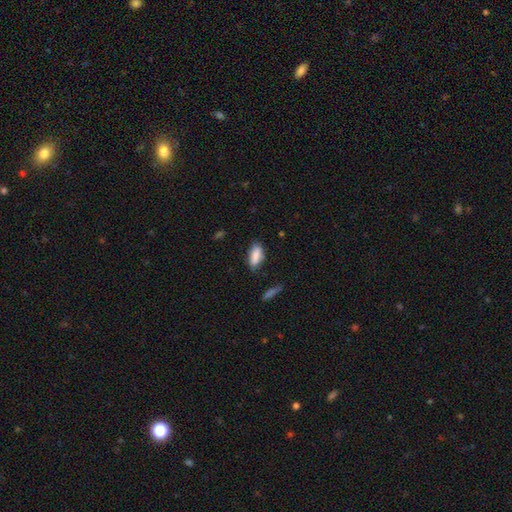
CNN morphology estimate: A smooth galaxy with no disk features (86%) that is in between round and cigar-shaped (84%).

Vote fractions:
- Smooth or featured? smooth: 86% / featured or disk: 7% / star or artifact: 7%
- How rounded? in between: 84% / cigar-shaped: 14% / round: 2%
- Merging? none: 70% / minor disturbance: 22% / major disturbance: 5% / merger: 3%